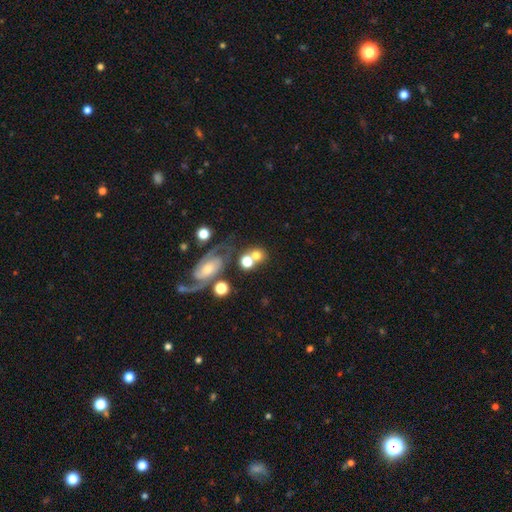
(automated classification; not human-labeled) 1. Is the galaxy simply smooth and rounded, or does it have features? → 65% smooth, 22% featured or disk, 13% star or artifact.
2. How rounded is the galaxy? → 77% round, 21% in between, 2% cigar-shaped.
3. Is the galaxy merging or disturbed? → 48% none, 33% merger, 12% minor disturbance, 8% major disturbance.